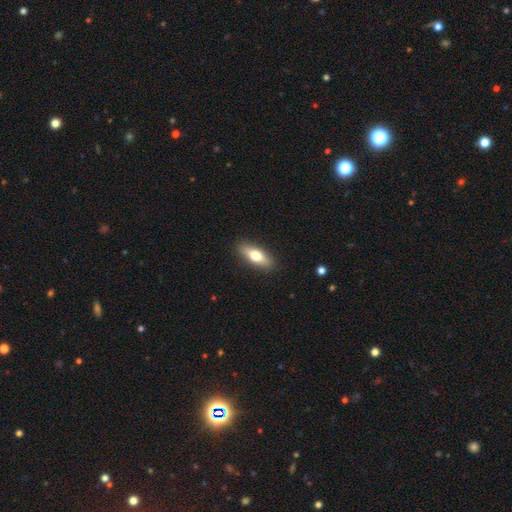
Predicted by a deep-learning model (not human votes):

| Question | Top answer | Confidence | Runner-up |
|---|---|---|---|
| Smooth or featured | smooth | 67% | featured or disk (27%) |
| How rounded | in between | 64% | cigar-shaped (32%) |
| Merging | none | 88% | minor disturbance (9%) |